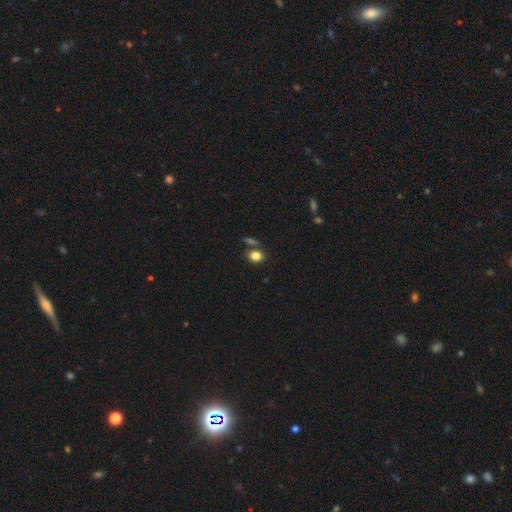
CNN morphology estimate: Overall: smooth (83%). How rounded: in between (54%; round 44%). Merging: none (71%).